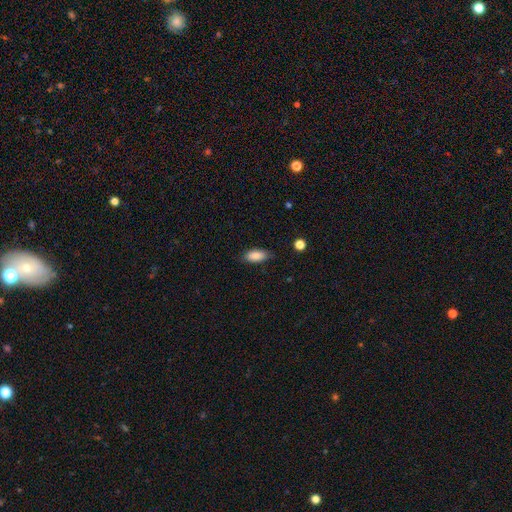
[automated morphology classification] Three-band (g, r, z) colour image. It shows a smooth galaxy with no disk features (87%) that is in between round and cigar-shaped (85%). Merging: none (80%).